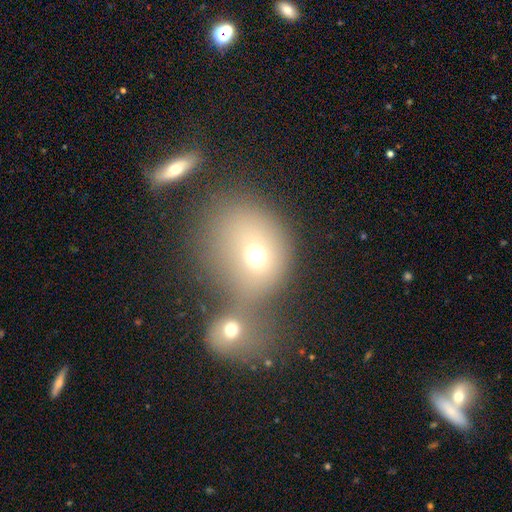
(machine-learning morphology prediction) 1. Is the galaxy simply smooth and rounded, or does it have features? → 68% smooth, 17% featured or disk, 14% star or artifact.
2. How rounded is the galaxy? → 59% round, 39% in between, 1% cigar-shaped.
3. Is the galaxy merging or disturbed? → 59% merger, 24% none, 9% major disturbance, 8% minor disturbance.